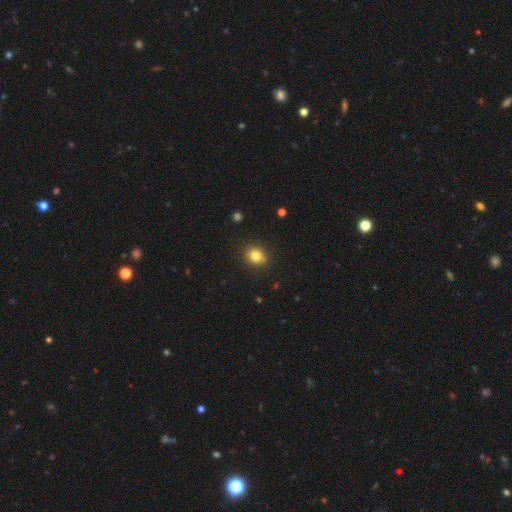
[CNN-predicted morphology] smooth 81%, star or artifact 12%, featured or disk 7%. Down the decision tree: how rounded — round (71%); merging — none (86%).